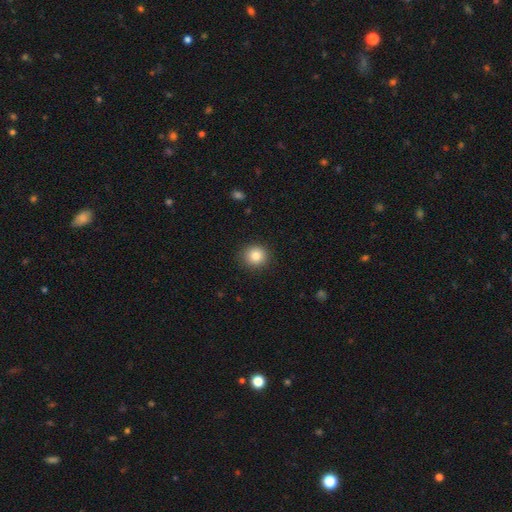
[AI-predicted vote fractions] This is clearly a smooth galaxy (84%). How rounded: clearly round (89%). Merging: clearly none (90%).